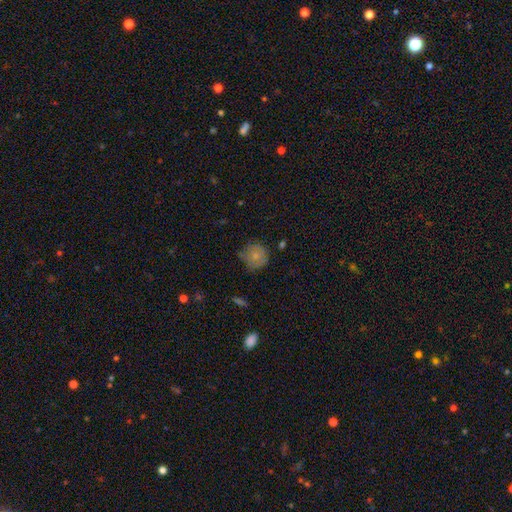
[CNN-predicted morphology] This is likely a smooth galaxy (74%). How rounded: clearly round (90%). Merging: likely none (62%).